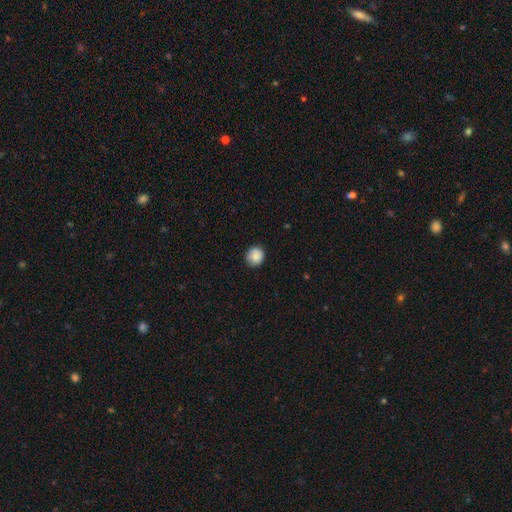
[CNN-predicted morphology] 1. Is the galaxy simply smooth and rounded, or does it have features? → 85% smooth, 8% star or artifact, 7% featured or disk.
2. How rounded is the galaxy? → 87% round, 12% in between, 1% cigar-shaped.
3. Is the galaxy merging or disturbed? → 84% none, 13% minor disturbance, 2% major disturbance, 1% merger.